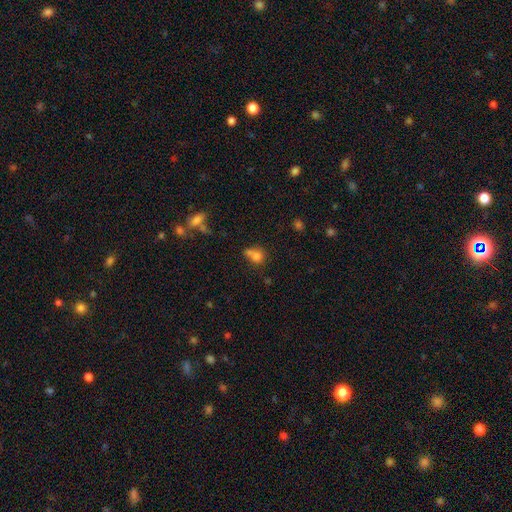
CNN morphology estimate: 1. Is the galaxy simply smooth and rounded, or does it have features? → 76% smooth, 13% star or artifact, 12% featured or disk.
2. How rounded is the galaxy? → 70% round, 29% in between, 1% cigar-shaped.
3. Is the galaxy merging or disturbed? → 48% merger, 35% none, 12% minor disturbance, 6% major disturbance.